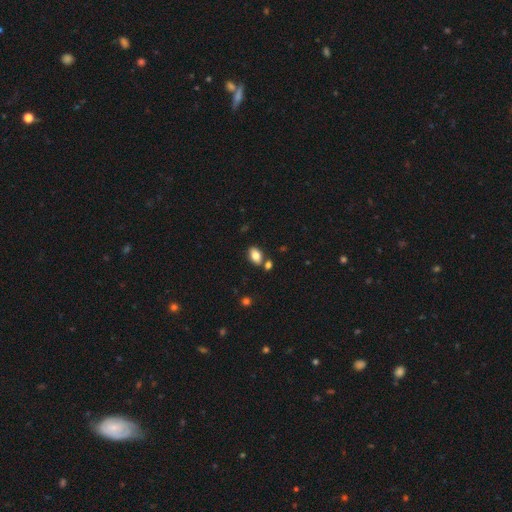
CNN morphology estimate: smooth_or_featured: smooth (p=0.82) [alt: featured or disk p=0.09]
how_rounded: in between (p=0.88) [alt: round p=0.10]
merging: none (p=0.73) [alt: merger p=0.13]